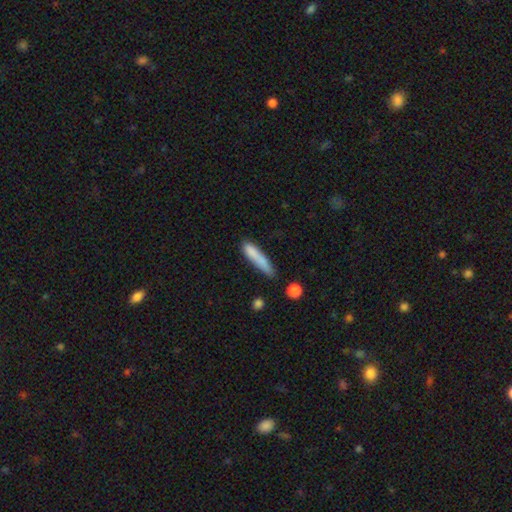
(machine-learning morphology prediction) A smooth galaxy with no disk features (80%) that is cigar-shaped (88%). Merging: none (64%).